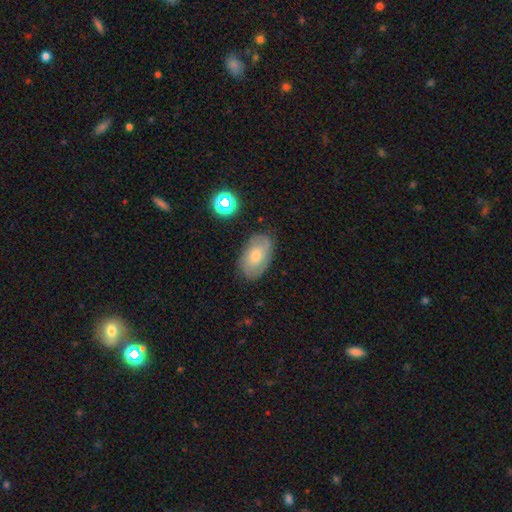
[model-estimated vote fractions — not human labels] smooth 57%, featured or disk 33%, star or artifact 10%. Down the decision tree: how rounded — in between (90%); merging — none (81%).